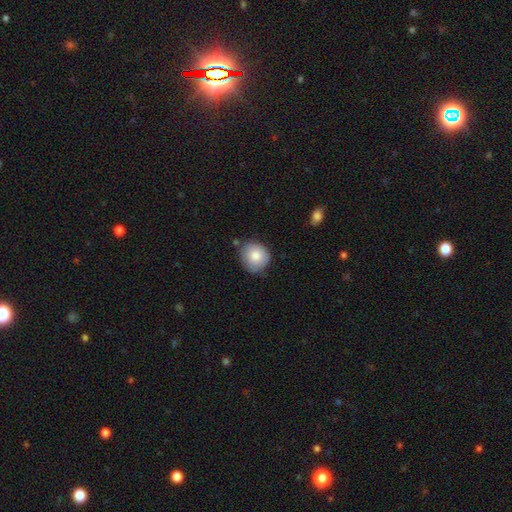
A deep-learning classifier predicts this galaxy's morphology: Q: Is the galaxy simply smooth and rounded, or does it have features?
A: smooth — 81%.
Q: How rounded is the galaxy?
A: round — 81%.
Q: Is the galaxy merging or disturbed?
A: none — 72%.